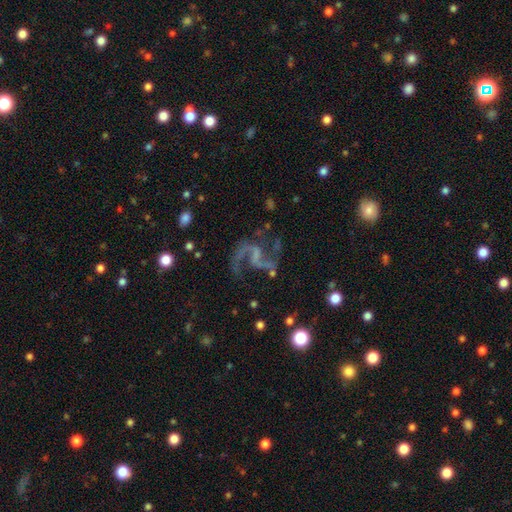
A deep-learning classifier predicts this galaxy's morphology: Smooth or featured? Predicted: featured or disk (p=0.88). Edge-on disk? Predicted: no (p=0.98). Bar? Predicted: weak (p=0.45). Spiral arms? Predicted: yes (p=0.96). Spiral winding? Predicted: loose (p=0.62). Spiral arm count? Predicted: 2 (p=0.91). Bulge size? Predicted: none (p=0.61). Merging? Predicted: none (p=0.64).